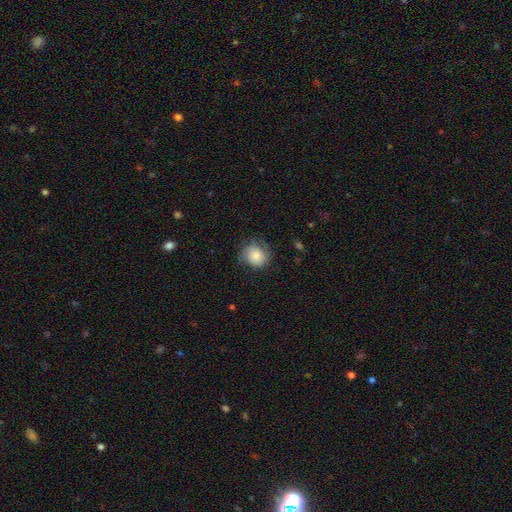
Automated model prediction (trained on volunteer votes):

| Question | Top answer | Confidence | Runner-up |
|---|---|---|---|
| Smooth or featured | smooth | 59% | featured or disk (33%) |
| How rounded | round | 79% | in between (20%) |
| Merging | none | 64% | minor disturbance (24%) |